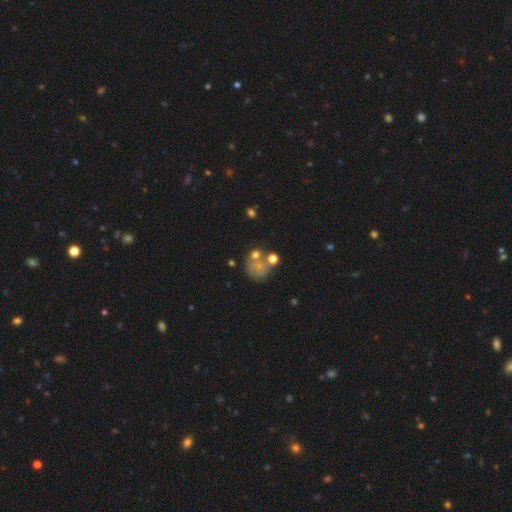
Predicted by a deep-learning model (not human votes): Q: Smooth or featured?
A: smooth (50%); runner-up: featured or disk (32%)
Q: Merging?
A: none (43%); runner-up: merger (25%)